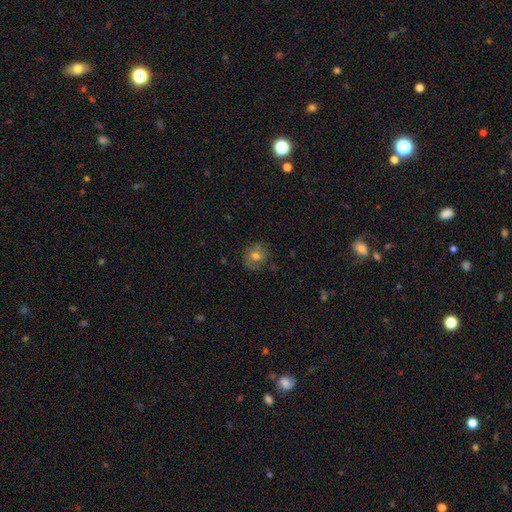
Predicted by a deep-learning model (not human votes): A smooth galaxy with no disk features (64%) that is round (75%).

Vote fractions:
- Smooth or featured? smooth: 64% / featured or disk: 24% / star or artifact: 12%
- How rounded? round: 75% / in between: 24% / cigar-shaped: 1%
- Merging? none: 77% / minor disturbance: 16% / major disturbance: 5% / merger: 2%